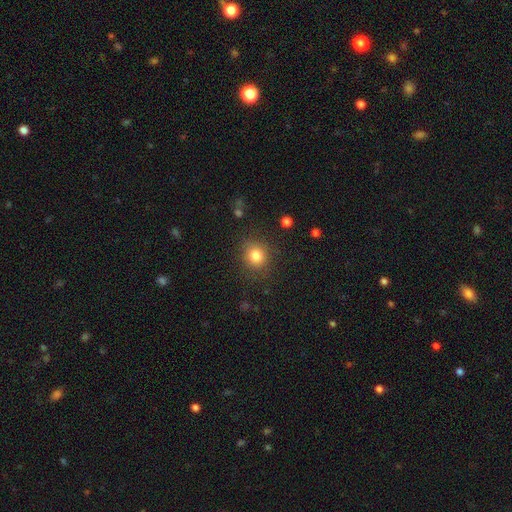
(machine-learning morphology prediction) The model was most divided on "smooth or featured": smooth: 81%, star or artifact: 12%, featured or disk: 7%. More confident: merging — none (86%); how rounded — round (85%).